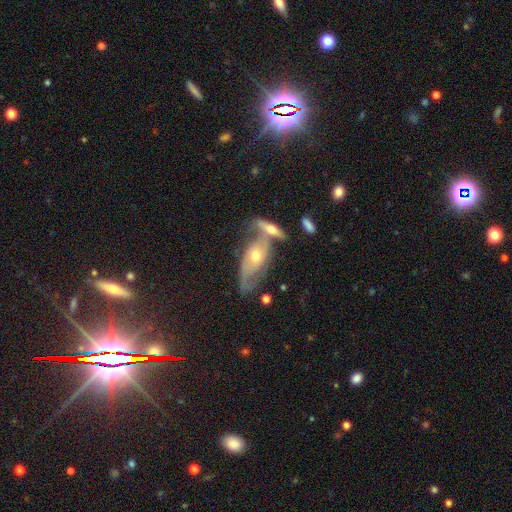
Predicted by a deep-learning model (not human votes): smooth_or_featured: featured or disk (p=0.66) [alt: smooth p=0.27]
disk_edge_on: no (p=0.74) [alt: yes p=0.26]
merging: none (p=0.37) [alt: merger p=0.32]